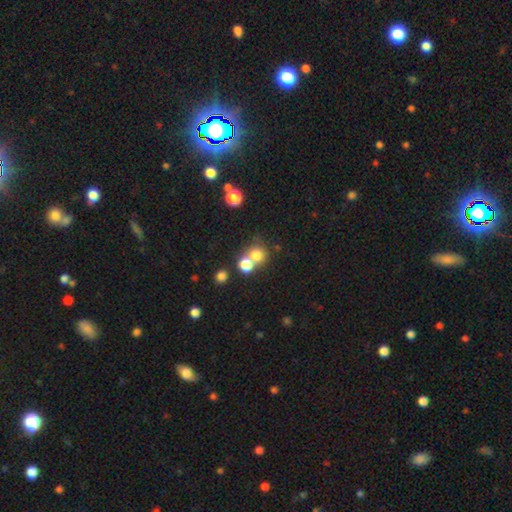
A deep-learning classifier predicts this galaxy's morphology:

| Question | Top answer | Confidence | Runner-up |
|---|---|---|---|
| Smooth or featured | smooth | 75% | star or artifact (15%) |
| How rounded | round | 83% | in between (16%) |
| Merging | none | 48% | merger (41%) |